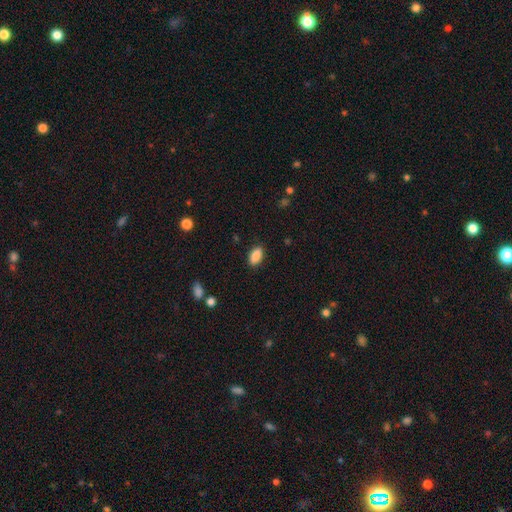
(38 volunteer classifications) Overall: smooth (95%). How rounded: in between (89%). Merging: none (75%).